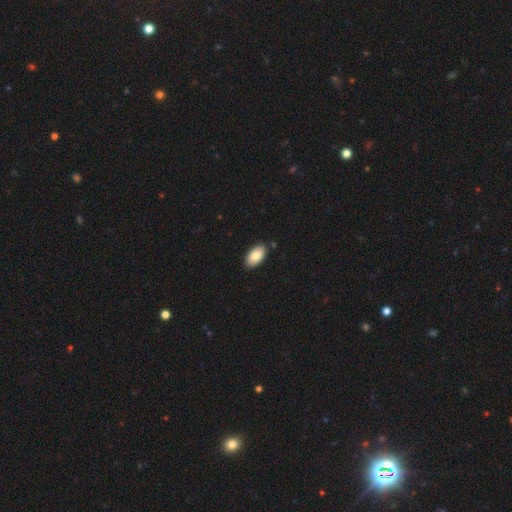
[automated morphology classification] A smooth galaxy with no disk features (82%) that is in between round and cigar-shaped (95%). Merging: none (86%).